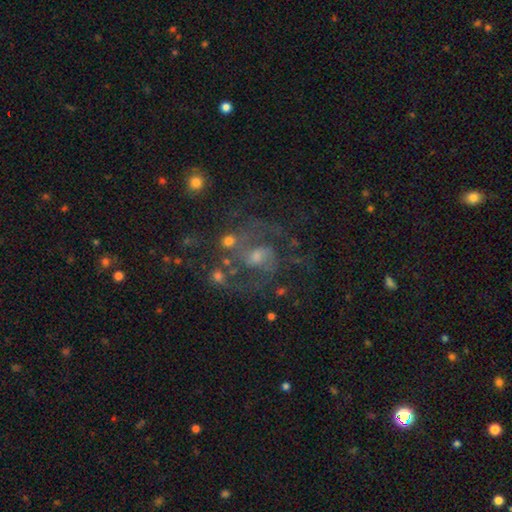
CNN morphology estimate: Smooth or featured? featured or disk (81%)
Edge-on disk? no (98%)
Bar? no (46%)
Spiral arms? yes (93%)
Spiral winding? medium (56%)
Spiral arm count? 2 (63%)
Bulge size? small (46%)
Merging? none (60%)